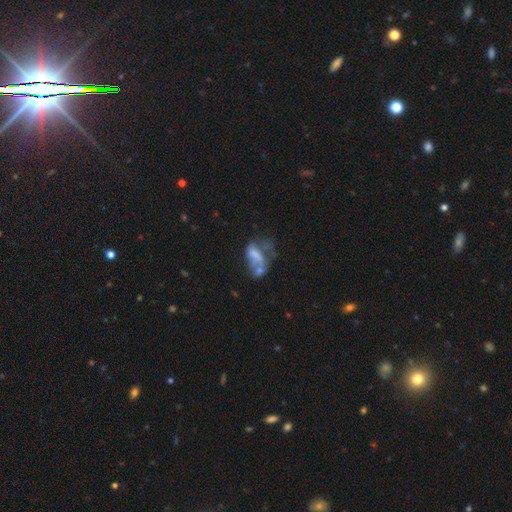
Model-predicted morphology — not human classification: This is possibly a featured or disk galaxy (47%). Merging: marginally merger (39%).